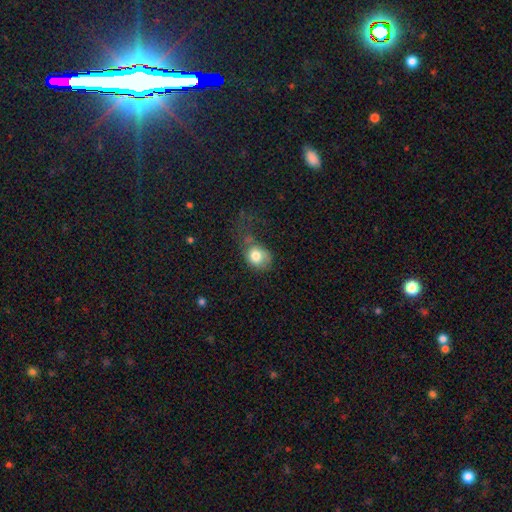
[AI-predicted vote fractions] Smooth or featured: smooth — 75% (featured or disk — 17%)
How rounded: in between — 54% (round — 45%)
Merging: major disturbance — 38% (none — 28%)